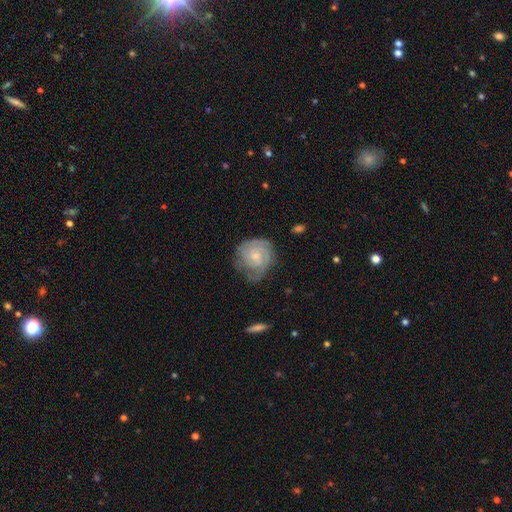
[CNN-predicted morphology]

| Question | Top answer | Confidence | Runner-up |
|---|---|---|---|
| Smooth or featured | featured or disk | 72% | smooth (22%) |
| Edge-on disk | no | 98% | yes (2%) |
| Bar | no | 69% | weak (27%) |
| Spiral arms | yes | 92% | no (8%) |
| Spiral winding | tight | 68% | medium (25%) |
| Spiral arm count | can't tell | 35% | 2 (29%) |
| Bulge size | small | 65% | moderate (28%) |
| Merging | none | 59% | minor disturbance (27%) |